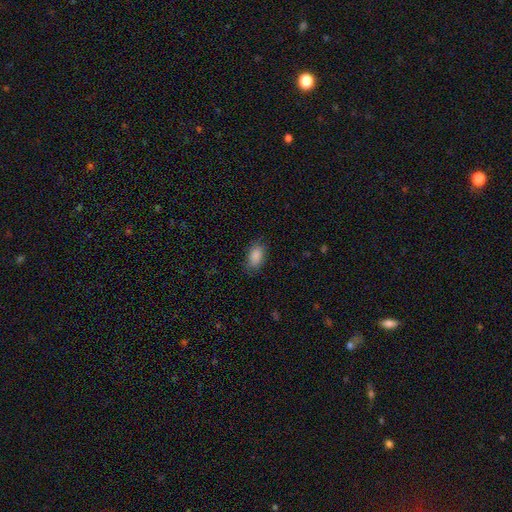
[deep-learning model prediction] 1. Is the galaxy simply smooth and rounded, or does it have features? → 88% smooth, 8% star or artifact, 5% featured or disk.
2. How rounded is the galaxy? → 91% in between, 6% round, 3% cigar-shaped.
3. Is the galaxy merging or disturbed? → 80% none, 15% minor disturbance, 4% major disturbance, 1% merger.